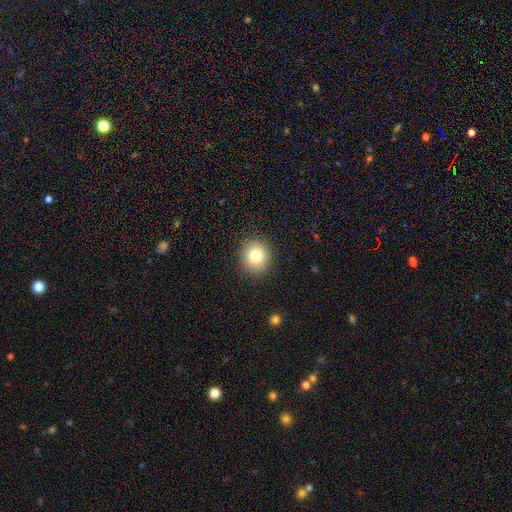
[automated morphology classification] A smooth galaxy with no disk features (81%) that is round (87%).

Vote fractions:
- Smooth or featured? smooth: 81% / star or artifact: 11% / featured or disk: 9%
- How rounded? round: 87% / in between: 12% / cigar-shaped: 1%
- Merging? none: 90% / minor disturbance: 7% / major disturbance: 2% / merger: 1%